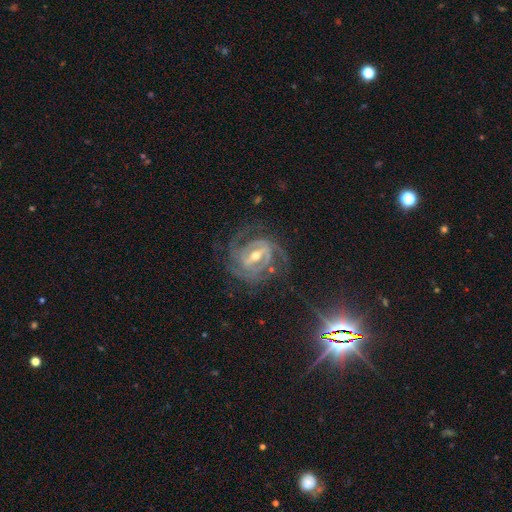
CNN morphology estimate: A featured or disk galaxy (88%) with a strong bar (63%), 3 (32%) tight (56%) spiral arms (97%) and a moderate central bulge (59%).

Vote fractions:
- Smooth or featured? featured or disk: 88% / star or artifact: 8% / smooth: 4%
- Edge-on disk? no: 96% / yes: 4%
- Bar? strong: 63% / weak: 28% / no: 9%
- Spiral arms? yes: 97% / no: 3%
- Spiral winding? tight: 56% / medium: 36% / loose: 8%
- Spiral arm count? 3: 32% / 2: 29% / can't tell: 16% / 4: 11% / 1: 6% / more than 4: 6%
- Bulge size? moderate: 59% / small: 36% / large: 2% / none: 1% / dominant: 1%
- Merging? none: 71% / minor disturbance: 15% / major disturbance: 12% / merger: 2%